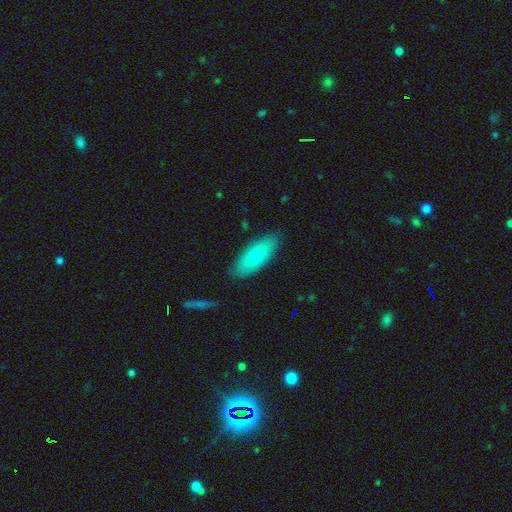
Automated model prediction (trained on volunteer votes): smooth-or-featured: smooth: 77% | featured or disk: 17% | star or artifact: 6%
  how-rounded: in between: 78% | cigar-shaped: 20% | round: 2%
  merging: none: 85% | minor disturbance: 11% | major disturbance: 3% | merger: 1%